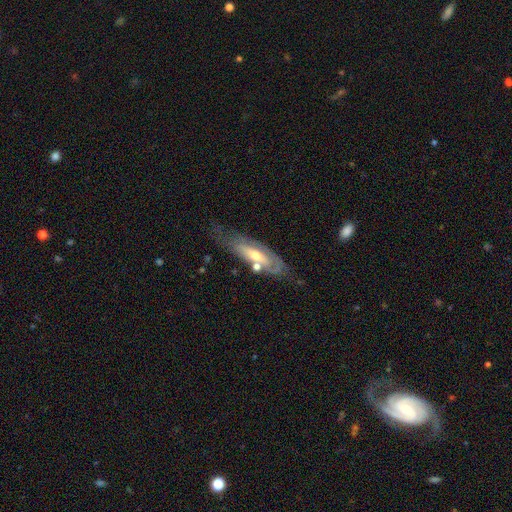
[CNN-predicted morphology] Smooth or featured? featured or disk (67%)
Edge-on disk? no (70%)
Merging? none (53%)